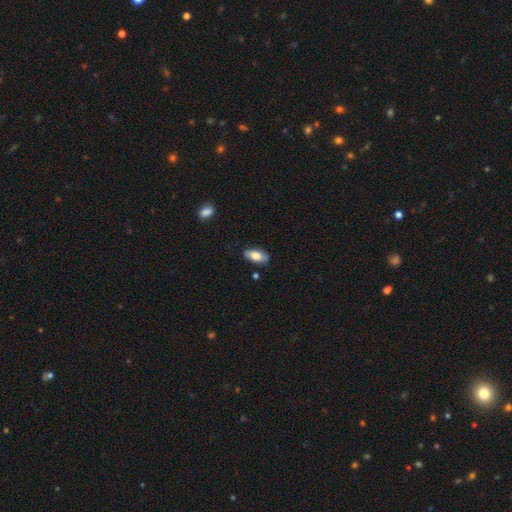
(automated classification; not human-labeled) smooth 77%, featured or disk 17%, star or artifact 6%. Down the decision tree: how rounded — in between (91%); merging — none (84%).